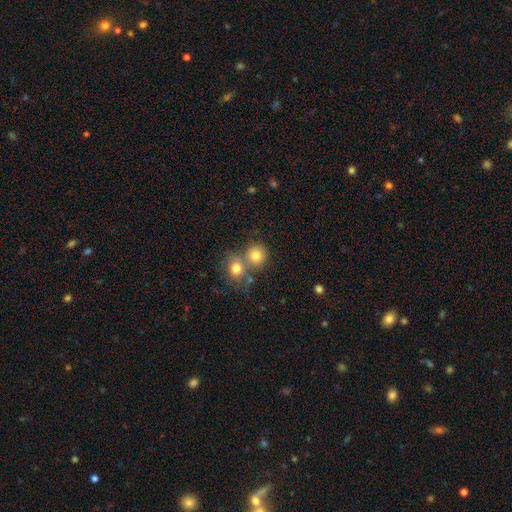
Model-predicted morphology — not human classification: smooth 79%, star or artifact 12%, featured or disk 10%. Down the decision tree: how rounded — round (84%); merging — none (46%).